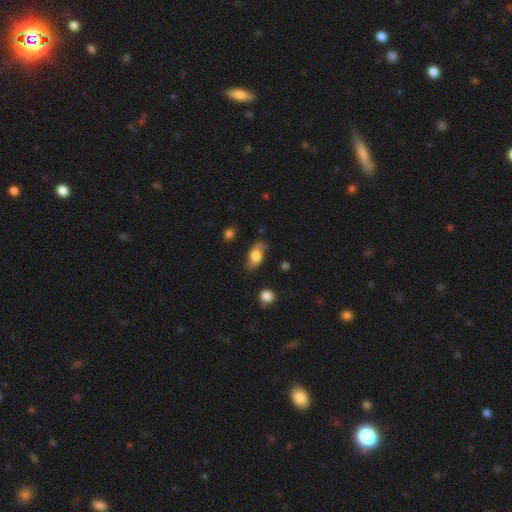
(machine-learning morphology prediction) A smooth galaxy with no disk features (71%) that is in between round and cigar-shaped (88%). Merging: none (68%).